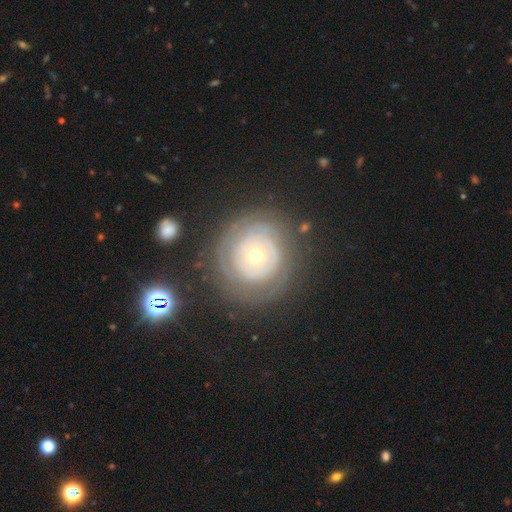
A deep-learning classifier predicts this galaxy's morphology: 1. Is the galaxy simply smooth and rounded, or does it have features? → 68% featured or disk, 24% smooth, 8% star or artifact.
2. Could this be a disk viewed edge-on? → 97% no, 3% yes.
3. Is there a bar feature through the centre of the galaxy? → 87% no, 10% weak, 3% strong.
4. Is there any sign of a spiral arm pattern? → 64% yes, 36% no.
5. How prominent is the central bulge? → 49% small, 46% moderate, 3% large, 1% dominant, 1% none.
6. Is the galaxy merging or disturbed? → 73% none, 16% minor disturbance, 9% major disturbance, 2% merger.